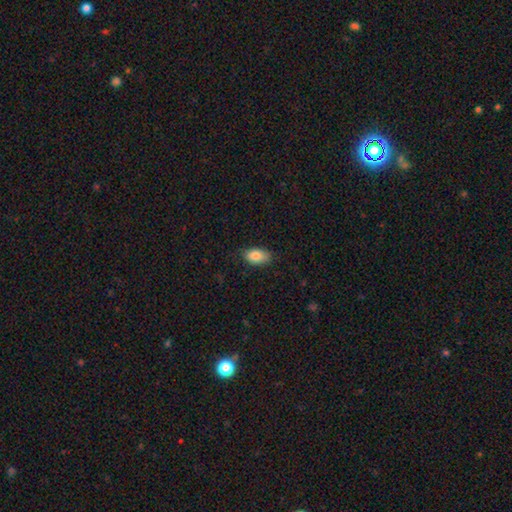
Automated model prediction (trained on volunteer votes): This appears to be a smooth galaxy with no disk features (85%) that is in between round and cigar-shaped (91%). Merging: none (80%).